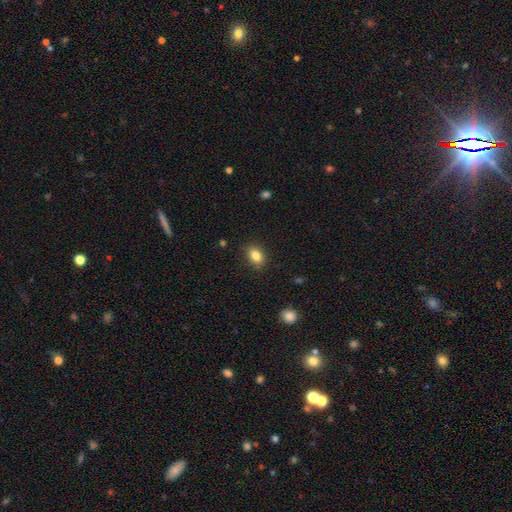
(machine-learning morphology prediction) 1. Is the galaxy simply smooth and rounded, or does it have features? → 85% smooth, 9% star or artifact, 6% featured or disk.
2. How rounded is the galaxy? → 76% in between, 23% round, 1% cigar-shaped.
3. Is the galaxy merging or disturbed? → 86% none, 10% minor disturbance, 3% major disturbance, 1% merger.